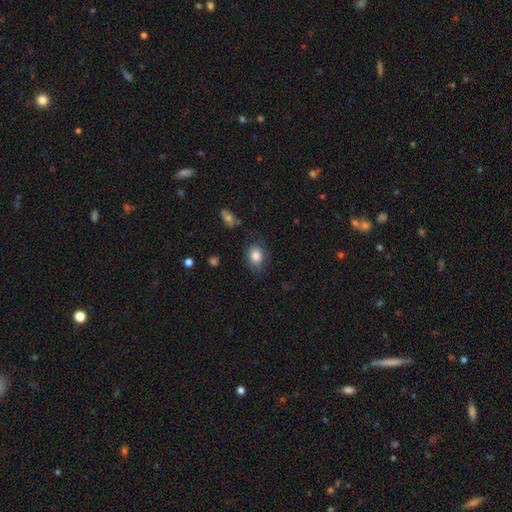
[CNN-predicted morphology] A smooth galaxy with no disk features (83%) that is in between round and cigar-shaped (57%).

Vote fractions:
- Smooth or featured? smooth: 83% / star or artifact: 9% / featured or disk: 8%
- How rounded? in between: 57% / round: 42% / cigar-shaped: 1%
- Merging? none: 73% / minor disturbance: 20% / major disturbance: 6% / merger: 2%